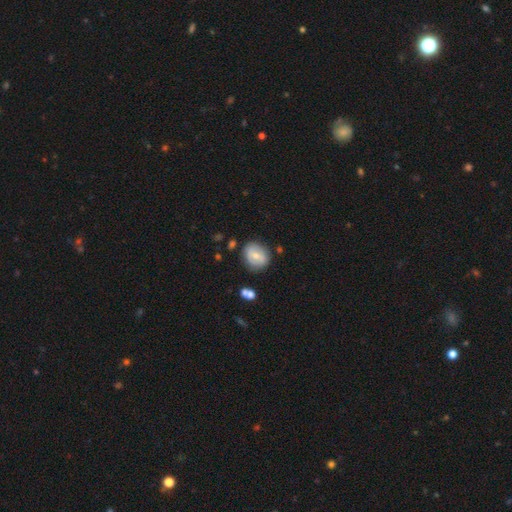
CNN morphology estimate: A smooth galaxy with no disk features (51%) that is round (59%). Merging: none (76%).